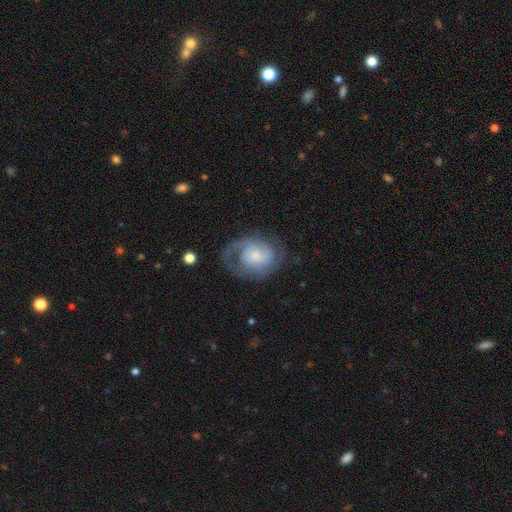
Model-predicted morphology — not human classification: Smooth or featured? Predicted: featured or disk (p=0.68). Edge-on disk? Predicted: no (p=0.97). Bar? Predicted: no (p=0.69). Spiral arms? Predicted: yes (p=0.87). Spiral winding? Predicted: medium (p=0.40, tied with tight). Spiral arm count? Predicted: 2 (p=0.43). Bulge size? Predicted: small (p=0.47). Merging? Predicted: none (p=0.57).